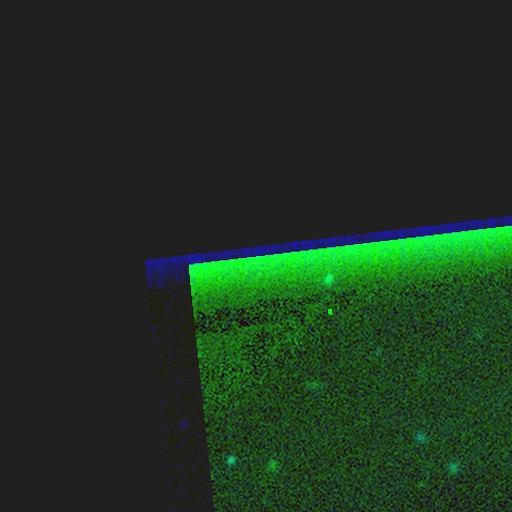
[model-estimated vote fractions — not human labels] Overall: star or artifact (88%).